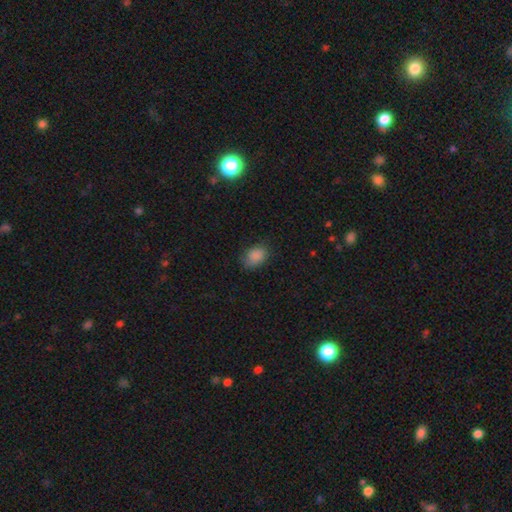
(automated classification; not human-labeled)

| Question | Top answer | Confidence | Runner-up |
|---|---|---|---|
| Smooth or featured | smooth | 87% | star or artifact (9%) |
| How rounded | in between | 73% | round (25%) |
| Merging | none | 76% | minor disturbance (19%) |